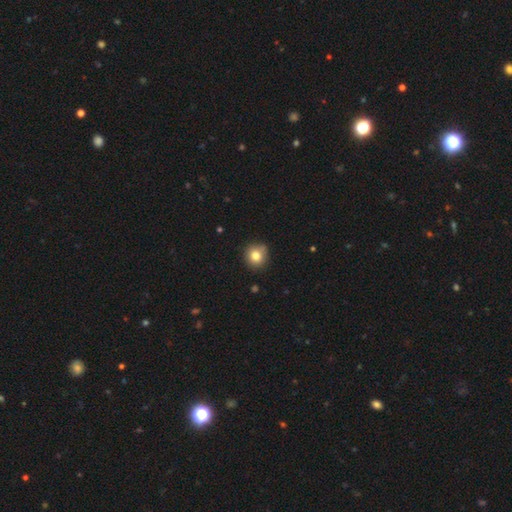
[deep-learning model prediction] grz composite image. It shows a smooth galaxy with no disk features (80%) that is round (90%). Merging: none (82%).